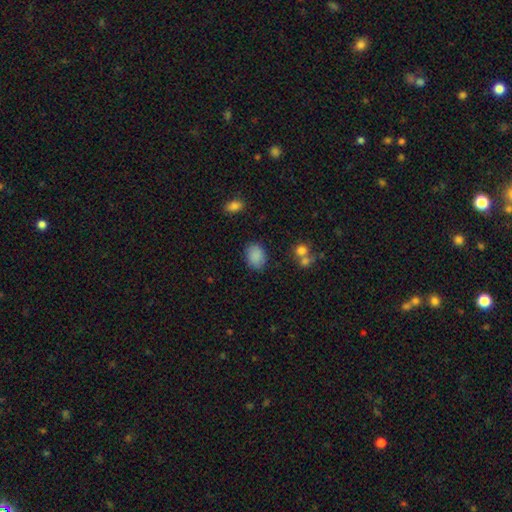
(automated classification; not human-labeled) smooth 88%, star or artifact 8%, featured or disk 4%. Down the decision tree: how rounded — in between (70%); merging — none (82%).